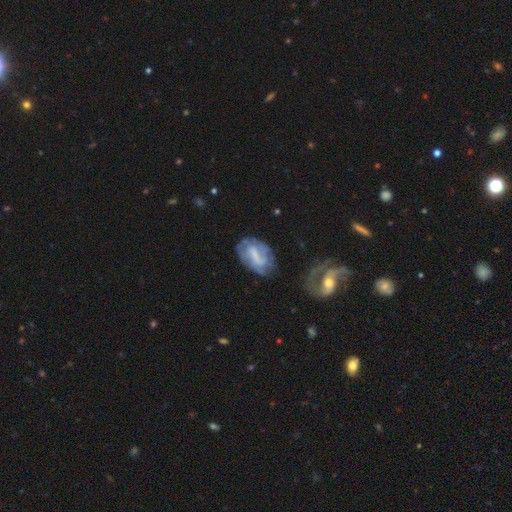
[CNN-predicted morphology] smooth_or_featured: featured or disk (p=0.59) [alt: smooth p=0.32]
disk_edge_on: no (p=0.95) [alt: yes p=0.05]
bar: weak (p=0.42) [alt: strong p=0.33]
has_spiral_arms: yes (p=0.65) [alt: no p=0.35]
bulge_size: none (p=0.50) [alt: small p=0.21]
merging: none (p=0.54) [alt: minor disturbance p=0.26]